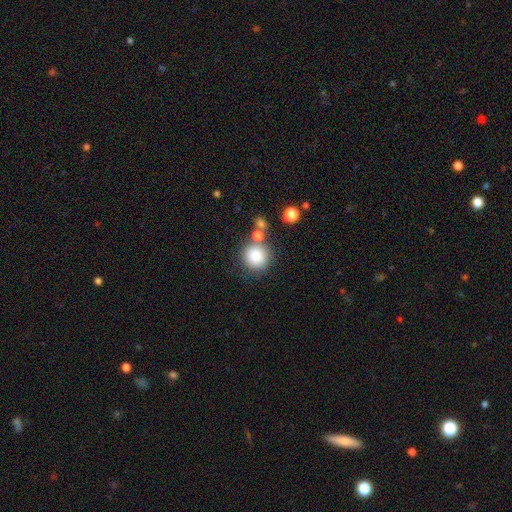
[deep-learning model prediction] Smooth or featured? Predicted: smooth (p=0.85). How rounded? Predicted: round (p=0.91). Merging? Predicted: none (p=0.67).